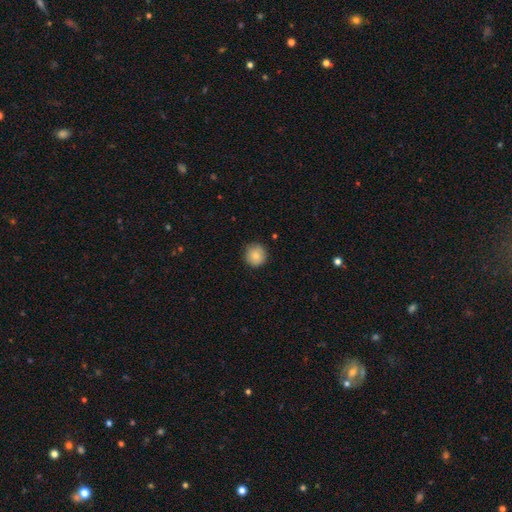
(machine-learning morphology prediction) This appears to be a smooth galaxy with no disk features (84%) that is round (94%). Merging: none (87%).